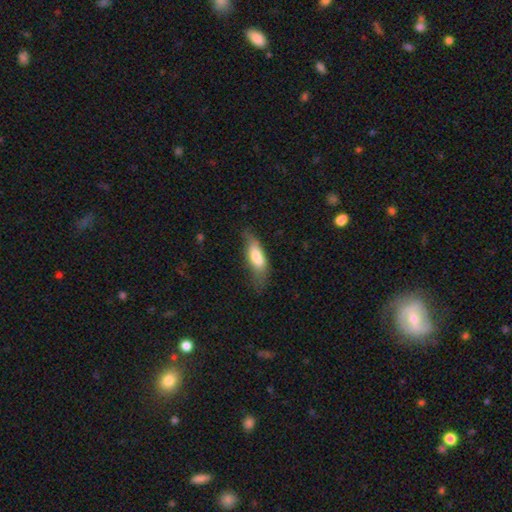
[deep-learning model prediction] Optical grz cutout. It shows a smooth galaxy with no disk features (71%) that is in between round and cigar-shaped (62%). Merging: none (46%).